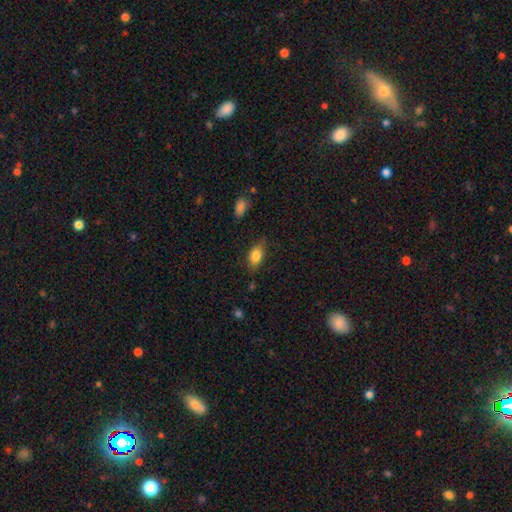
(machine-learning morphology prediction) This is clearly a smooth galaxy (82%). How rounded: clearly in between (83%). Merging: likely none (69%).